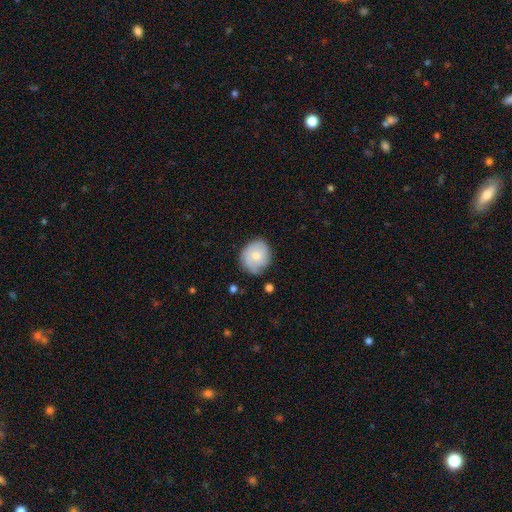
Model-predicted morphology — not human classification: A smooth galaxy with no disk features (62%) that is round (77%). Merging: none (66%).